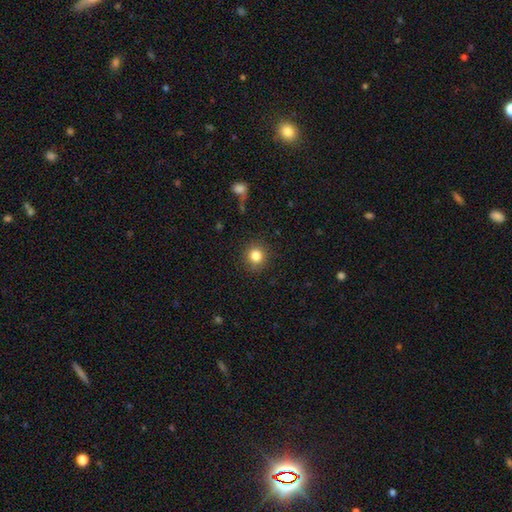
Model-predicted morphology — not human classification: type=smooth (83%); roundness=round (91%); merging=none (90%).